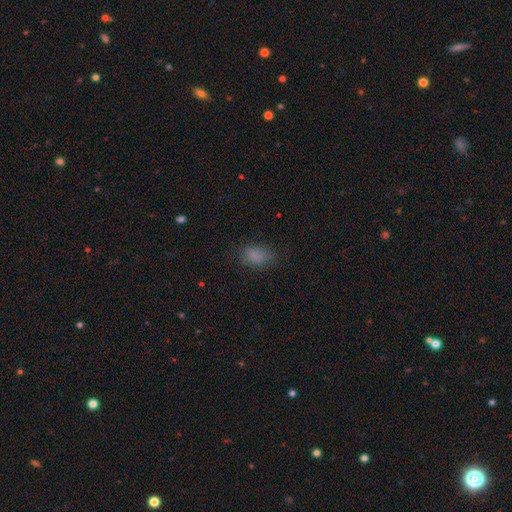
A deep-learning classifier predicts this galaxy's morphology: Smooth or featured? Predicted: smooth (p=0.82). How rounded? Predicted: in between (p=0.82). Merging? Predicted: none (p=0.74).